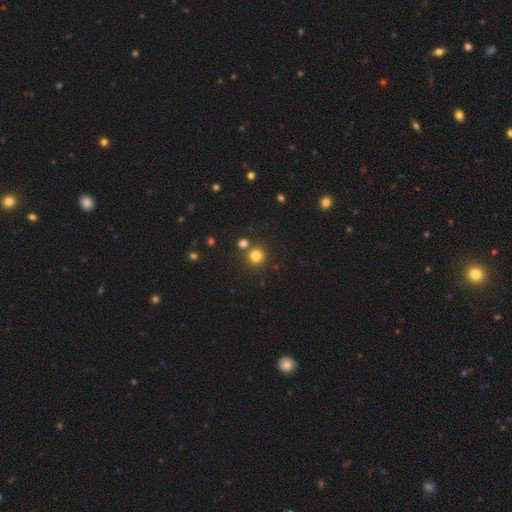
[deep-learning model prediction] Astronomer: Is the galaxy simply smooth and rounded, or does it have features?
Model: smooth — 80%.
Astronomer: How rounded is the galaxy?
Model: round — 93%.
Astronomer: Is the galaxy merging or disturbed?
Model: none — 79%.